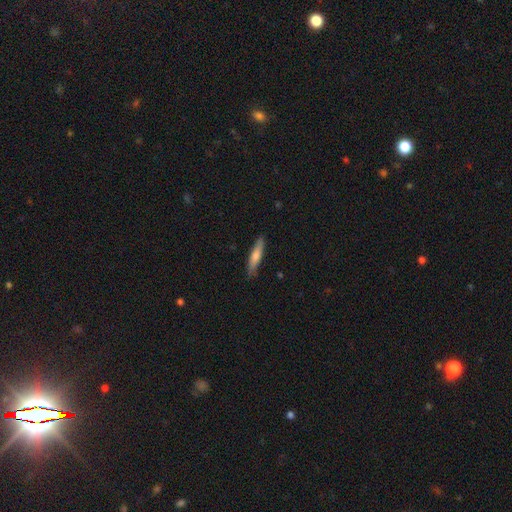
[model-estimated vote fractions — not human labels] A smooth galaxy with no disk features (65%) that is cigar-shaped (89%).

Vote fractions:
- Smooth or featured? smooth: 65% / featured or disk: 30% / star or artifact: 6%
- How rounded? cigar-shaped: 89% / in between: 10% / round: 1%
- Merging? none: 88% / minor disturbance: 10% / major disturbance: 2% / merger: 1%